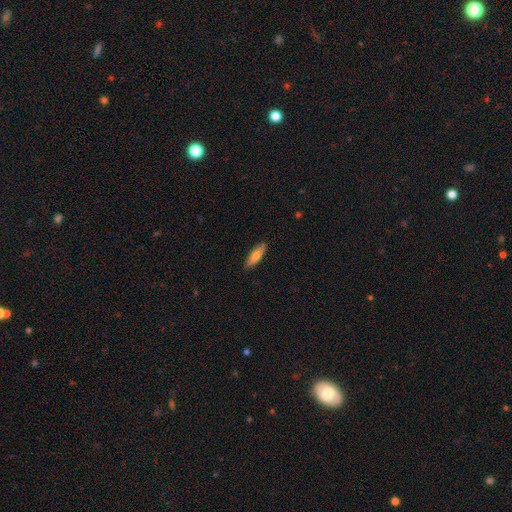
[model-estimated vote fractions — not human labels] Q: Smooth or featured?
A: smooth (68%); runner-up: featured or disk (26%)
Q: How rounded?
A: cigar-shaped (56%); runner-up: in between (42%)
Q: Merging?
A: none (88%); runner-up: minor disturbance (9%)